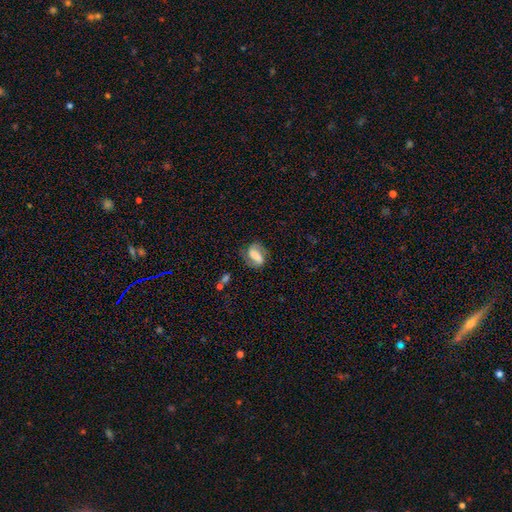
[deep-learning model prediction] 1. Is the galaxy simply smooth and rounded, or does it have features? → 66% featured or disk, 26% smooth, 9% star or artifact.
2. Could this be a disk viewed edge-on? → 97% no, 3% yes.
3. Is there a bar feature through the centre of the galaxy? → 48% strong, 33% weak, 19% no.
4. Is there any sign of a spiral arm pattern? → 91% yes, 9% no.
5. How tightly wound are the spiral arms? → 44% medium, 32% loose, 24% tight.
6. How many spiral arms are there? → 87% 2, 6% 1, 4% can't tell, 1% 3, 1% 4, 1% more than 4.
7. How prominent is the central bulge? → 28% none, 24% large, 22% moderate, 20% small, 6% dominant.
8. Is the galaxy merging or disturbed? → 69% none, 19% minor disturbance, 10% major disturbance, 2% merger.